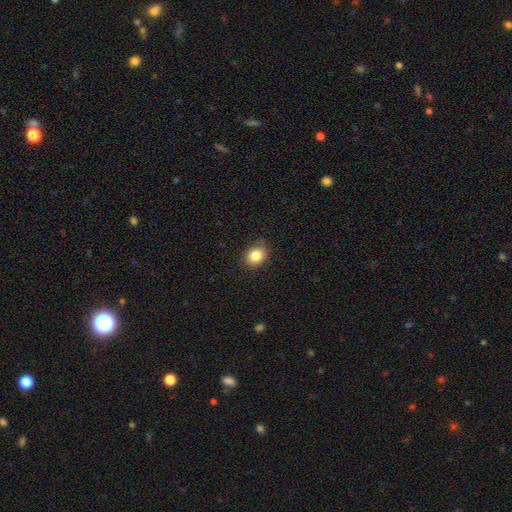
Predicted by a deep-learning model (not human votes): smooth_or_featured: smooth (p=0.84) [alt: star or artifact p=0.10]
how_rounded: round (p=0.58) [alt: in between p=0.41]
merging: none (p=0.77) [alt: minor disturbance p=0.18]